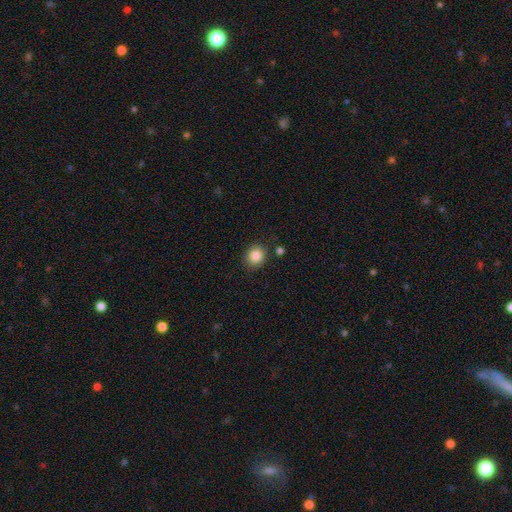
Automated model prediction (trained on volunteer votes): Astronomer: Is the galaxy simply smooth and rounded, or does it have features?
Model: smooth — 86%.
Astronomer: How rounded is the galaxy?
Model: round — 75%.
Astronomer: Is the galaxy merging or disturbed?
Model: none — 85%.